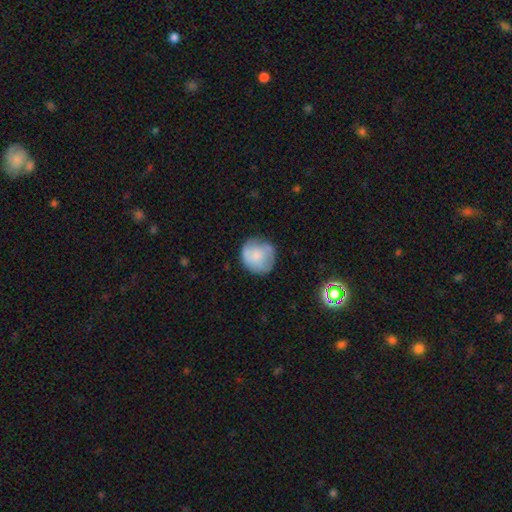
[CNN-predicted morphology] smooth 68%, featured or disk 25%, star or artifact 7%. Down the decision tree: how rounded — round (87%); merging — none (65%).